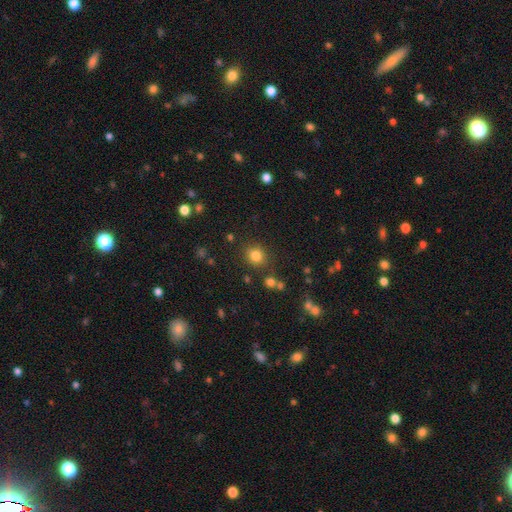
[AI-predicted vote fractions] smooth-or-featured: smooth: 81% | star or artifact: 14% | featured or disk: 5%
  how-rounded: round: 81% | in between: 18% | cigar-shaped: 1%
  merging: none: 82% | minor disturbance: 9% | merger: 5% | major disturbance: 4%